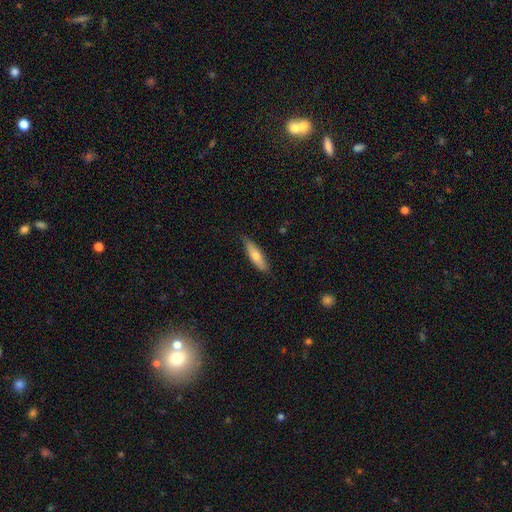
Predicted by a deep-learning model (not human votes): smooth_or_featured: smooth (p=0.68) [alt: featured or disk p=0.27]
how_rounded: cigar-shaped (p=0.63) [alt: in between p=0.35]
merging: none (p=0.82) [alt: minor disturbance p=0.15]